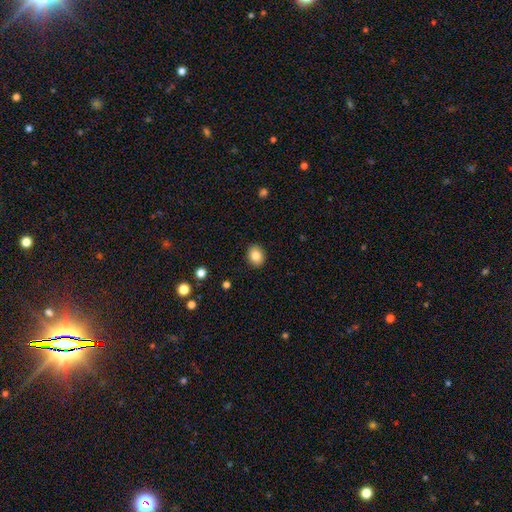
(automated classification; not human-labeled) A smooth galaxy with no disk features (85%) that is round (55%). Merging: none (90%).